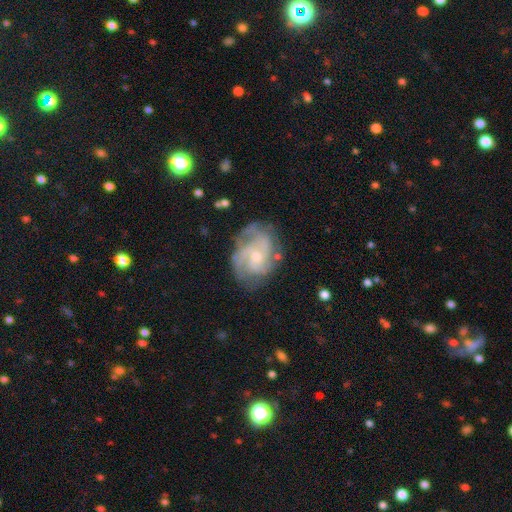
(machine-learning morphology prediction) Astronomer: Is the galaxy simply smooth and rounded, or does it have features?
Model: featured or disk — 79%.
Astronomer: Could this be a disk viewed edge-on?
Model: no — 98%.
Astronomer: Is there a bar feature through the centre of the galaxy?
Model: no — 64%.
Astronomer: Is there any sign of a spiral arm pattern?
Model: yes — 91%.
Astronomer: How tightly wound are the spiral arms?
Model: medium — 44% (runner-up: tight, 41%).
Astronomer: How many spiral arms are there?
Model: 2 — 29% (runner-up: 3, 28%).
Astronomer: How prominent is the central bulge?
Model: small — 49% (runner-up: moderate, 45%).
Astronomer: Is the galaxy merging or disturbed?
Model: none — 64%.